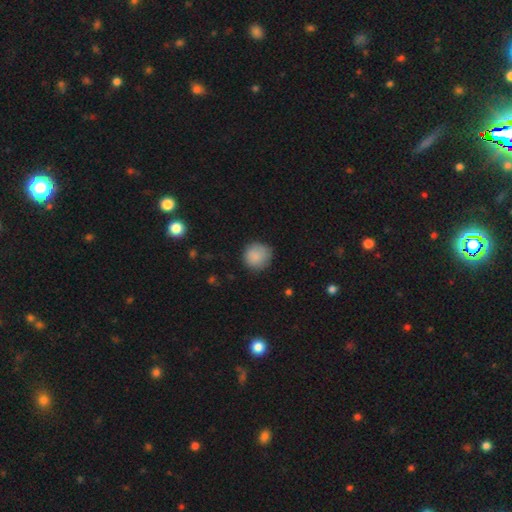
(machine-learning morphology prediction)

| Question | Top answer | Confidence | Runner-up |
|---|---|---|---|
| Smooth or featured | smooth | 87% | star or artifact (8%) |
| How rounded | round | 92% | in between (7%) |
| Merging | none | 81% | minor disturbance (15%) |